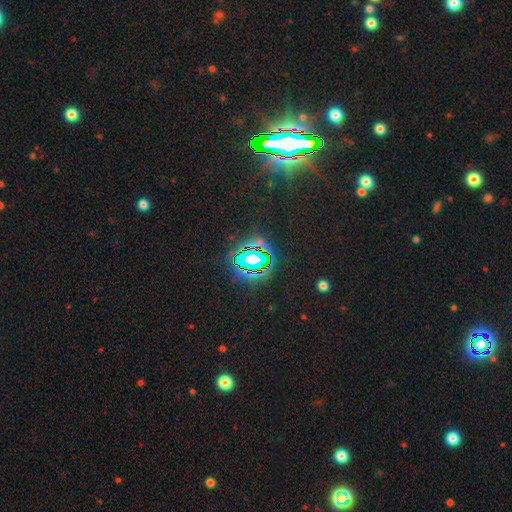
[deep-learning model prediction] Morphology: type=star or artifact (79%).